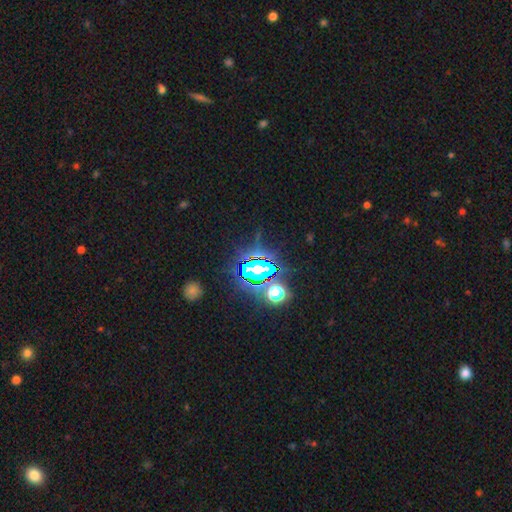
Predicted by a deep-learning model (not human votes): Smooth or featured?
  - star or artifact: 82% *
  - smooth: 11%
  - featured or disk: 7%